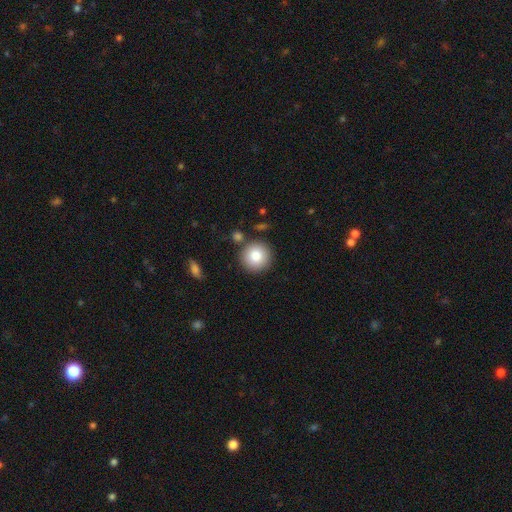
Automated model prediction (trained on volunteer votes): Smooth or featured?
  - smooth: 84% *
  - star or artifact: 8%
  - featured or disk: 8%
How rounded?
  - round: 94% *
  - in between: 5%
  - cigar-shaped: 1%
Merging?
  - none: 84% *
  - minor disturbance: 8%
  - merger: 6%
  - major disturbance: 2%